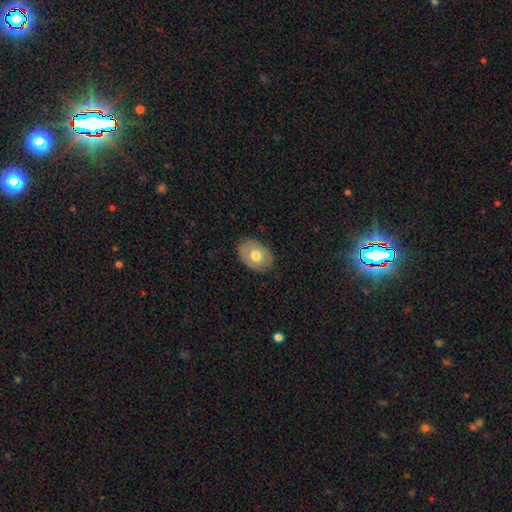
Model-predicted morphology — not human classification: Smooth or featured: smooth — 62% (featured or disk — 31%)
How rounded: in between — 77% (round — 22%)
Merging: none — 83% (minor disturbance — 13%)